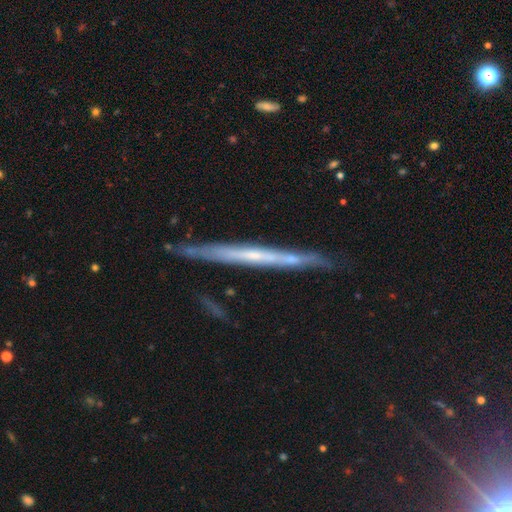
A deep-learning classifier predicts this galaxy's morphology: smooth_or_featured: featured or disk (p=0.67) [alt: smooth p=0.25]
disk_edge_on: yes (p=0.93) [alt: no p=0.07]
edge_on_bulge: none (p=0.80) [alt: rounded p=0.15]
merging: none (p=0.81) [alt: minor disturbance p=0.14]